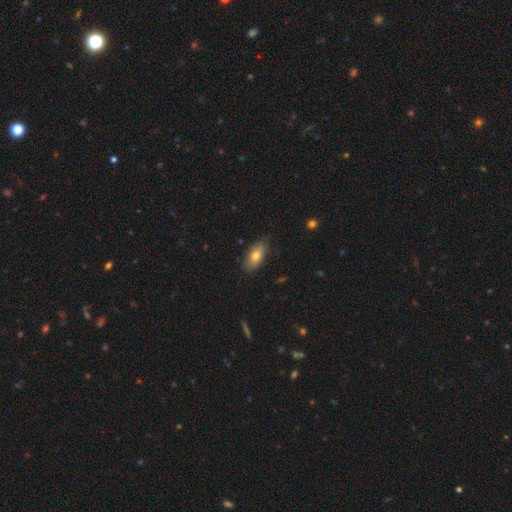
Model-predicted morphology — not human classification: Smooth or featured? smooth (75%)
How rounded? in between (88%)
Merging? none (76%)